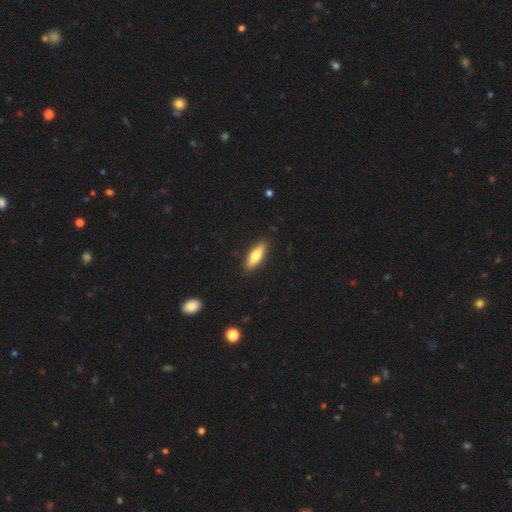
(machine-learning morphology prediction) Q: Smooth or featured?
A: smooth (66%); runner-up: featured or disk (28%)
Q: How rounded?
A: cigar-shaped (50%); runner-up: in between (48%)
Q: Merging?
A: none (89%); runner-up: minor disturbance (8%)